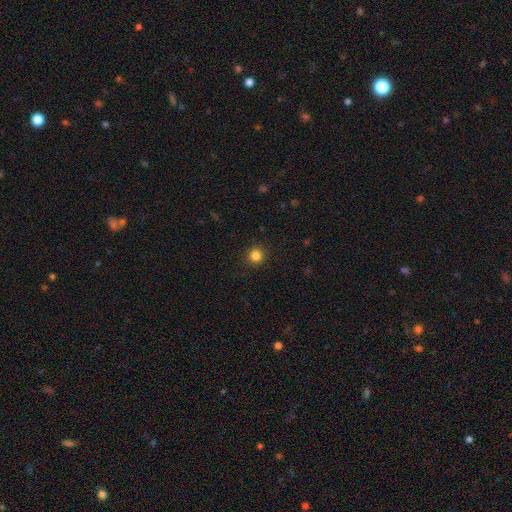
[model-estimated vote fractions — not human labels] Smooth or featured? Predicted: smooth (p=0.84). How rounded? Predicted: round (p=0.93). Merging? Predicted: none (p=0.91).